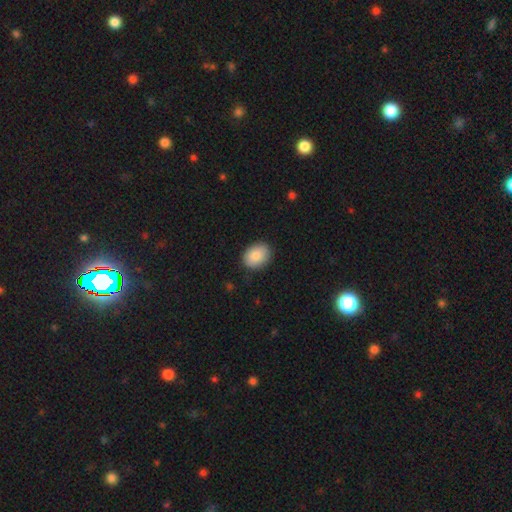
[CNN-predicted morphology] Smooth or featured? smooth (87%)
How rounded? in between (61%)
Merging? none (86%)